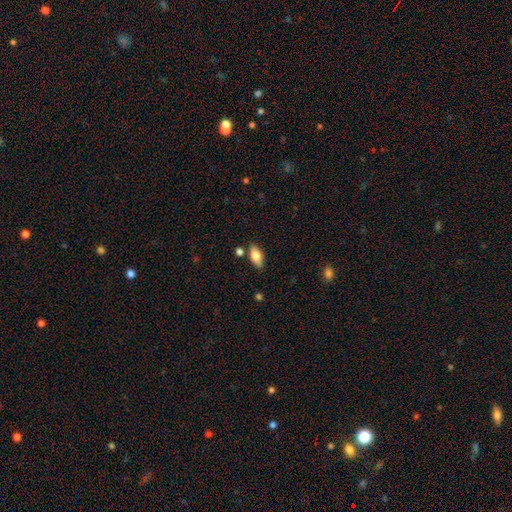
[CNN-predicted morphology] A smooth galaxy with no disk features (77%) that is in between round and cigar-shaped (87%).

Vote fractions:
- Smooth or featured? smooth: 77% / featured or disk: 16% / star or artifact: 7%
- How rounded? in between: 87% / cigar-shaped: 10% / round: 3%
- Merging? none: 82% / minor disturbance: 11% / merger: 5% / major disturbance: 2%